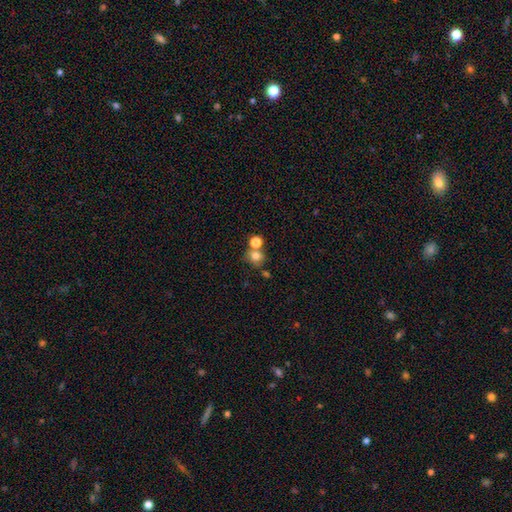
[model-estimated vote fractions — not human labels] Overall: smooth (75%). How rounded: round (82%). Merging: none (55%; merger 31%).